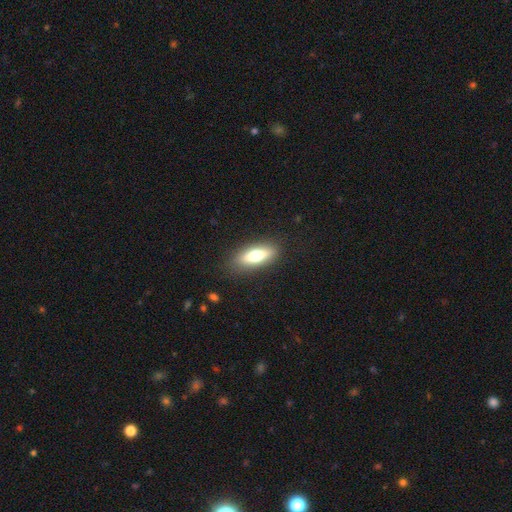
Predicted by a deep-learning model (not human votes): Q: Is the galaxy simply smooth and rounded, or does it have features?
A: smooth — 65%.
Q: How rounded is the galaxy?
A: in between — 63%.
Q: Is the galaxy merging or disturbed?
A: none — 86%.